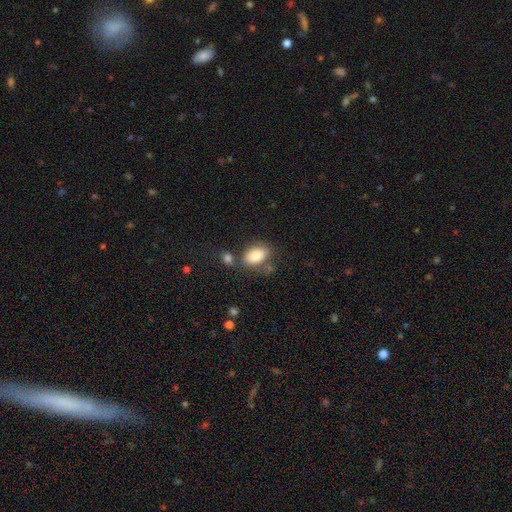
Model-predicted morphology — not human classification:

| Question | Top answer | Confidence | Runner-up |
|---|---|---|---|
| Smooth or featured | smooth | 80% | featured or disk (13%) |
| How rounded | in between | 87% | round (12%) |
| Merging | none | 61% | minor disturbance (17%) |